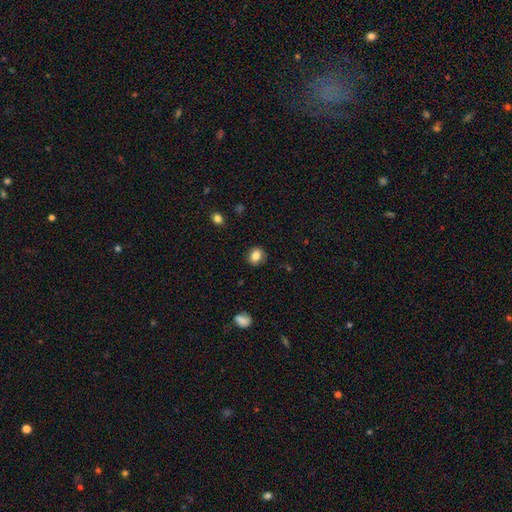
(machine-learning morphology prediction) type=smooth (83%); roundness=round (54%); merging=none (87%).